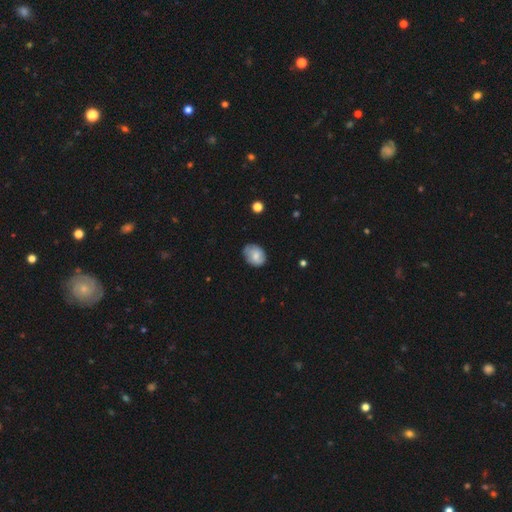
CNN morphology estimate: Smooth or featured? Predicted: smooth (p=0.69). How rounded? Predicted: in between (p=0.60). Merging? Predicted: none (p=0.68).